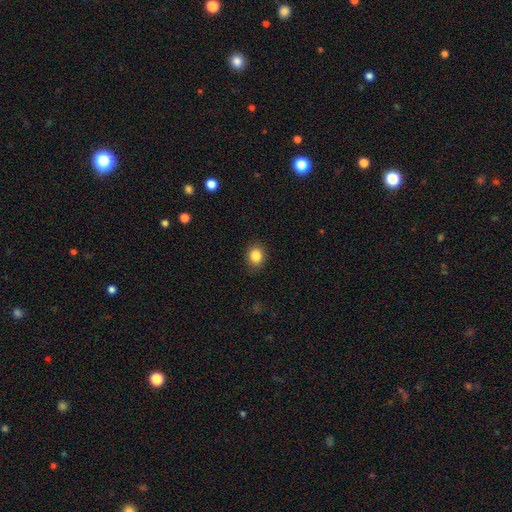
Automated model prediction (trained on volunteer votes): Overall: smooth (86%). How rounded: round (61%; in between 38%). Merging: none (87%).